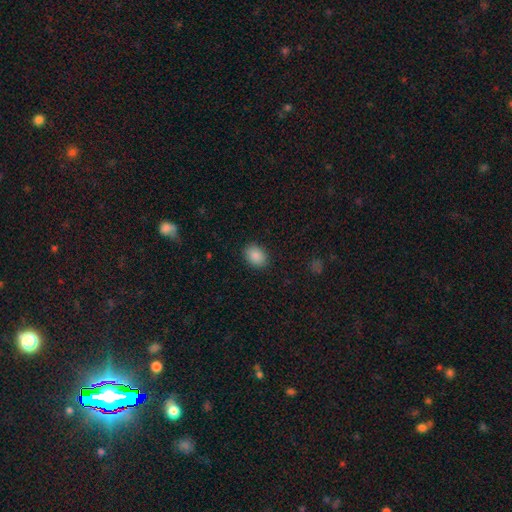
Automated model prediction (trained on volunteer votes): A smooth galaxy with no disk features (88%) that is in between round and cigar-shaped (66%).

Vote fractions:
- Smooth or featured? smooth: 88% / star or artifact: 8% / featured or disk: 4%
- How rounded? in between: 66% / round: 33% / cigar-shaped: 1%
- Merging? none: 89% / minor disturbance: 8% / major disturbance: 2% / merger: 1%